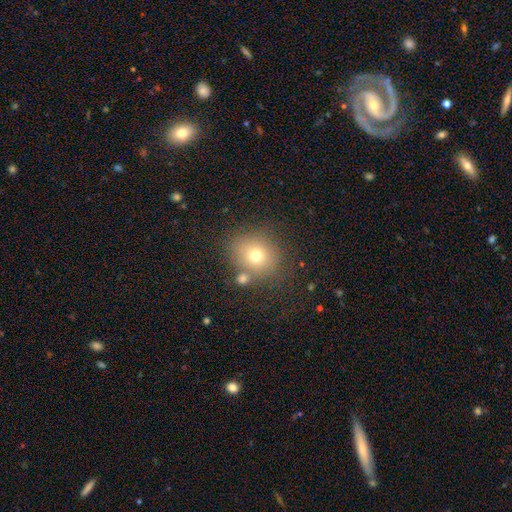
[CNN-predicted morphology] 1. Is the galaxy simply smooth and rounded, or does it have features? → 71% smooth, 15% star or artifact, 14% featured or disk.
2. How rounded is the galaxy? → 76% round, 23% in between, 1% cigar-shaped.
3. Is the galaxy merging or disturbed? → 70% none, 13% merger, 12% minor disturbance, 5% major disturbance.